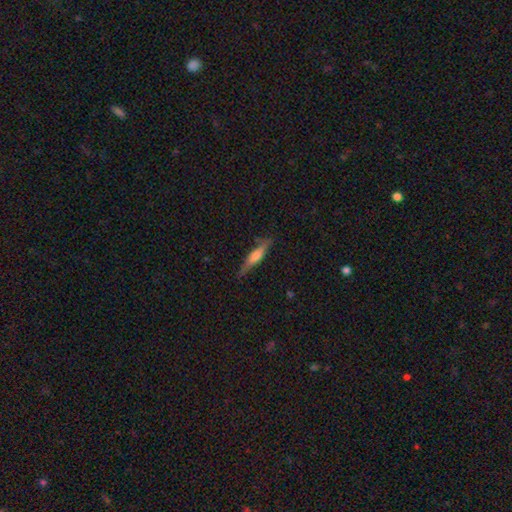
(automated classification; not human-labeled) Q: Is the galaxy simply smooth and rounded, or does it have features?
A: featured or disk — 47%, tied with smooth.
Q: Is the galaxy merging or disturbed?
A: none — 77%.